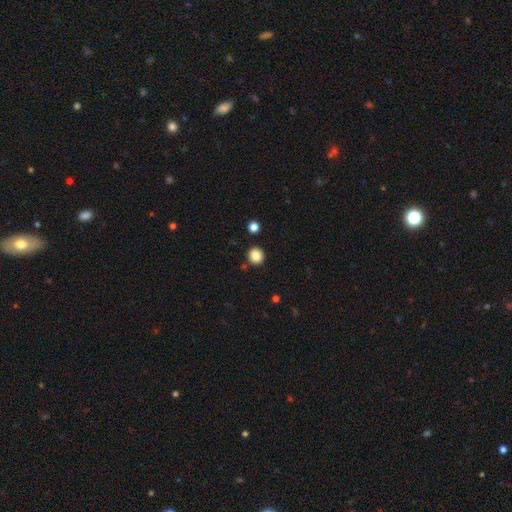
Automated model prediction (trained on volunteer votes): Smooth or featured? Predicted: smooth (p=0.85). How rounded? Predicted: round (p=0.89). Merging? Predicted: none (p=0.88).